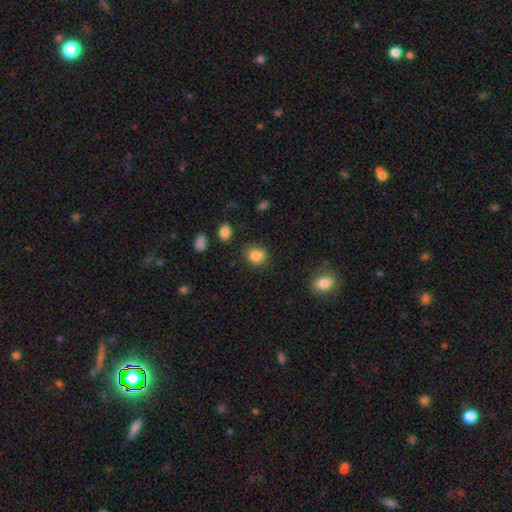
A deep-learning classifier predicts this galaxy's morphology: Overall: smooth (84%). How rounded: round (69%; in between 30%). Merging: none (75%).